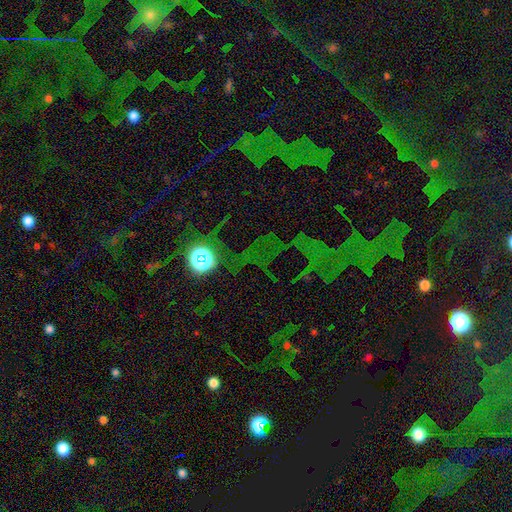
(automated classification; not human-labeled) Smooth or featured? star or artifact (74%)